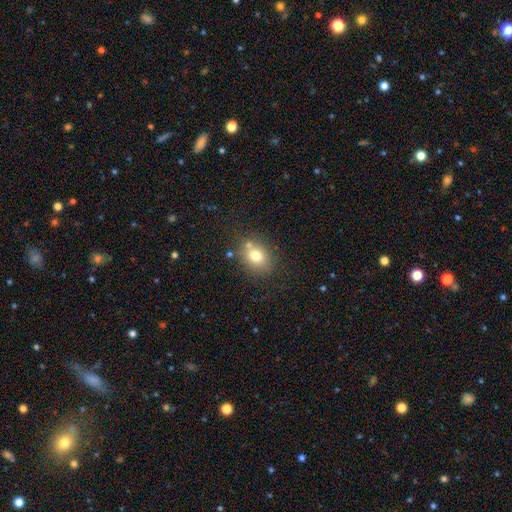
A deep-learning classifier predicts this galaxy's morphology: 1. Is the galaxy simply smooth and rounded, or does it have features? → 75% smooth, 13% featured or disk, 12% star or artifact.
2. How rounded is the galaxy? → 52% round, 47% in between, 1% cigar-shaped.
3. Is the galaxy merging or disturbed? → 67% none, 14% minor disturbance, 14% merger, 5% major disturbance.